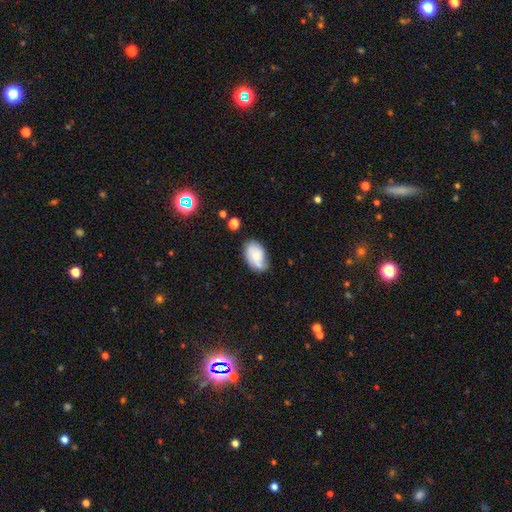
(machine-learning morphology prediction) Overall: smooth (54%; featured or disk 38%). How rounded: in between (90%). Merging: none (52%; minor disturbance 31%).